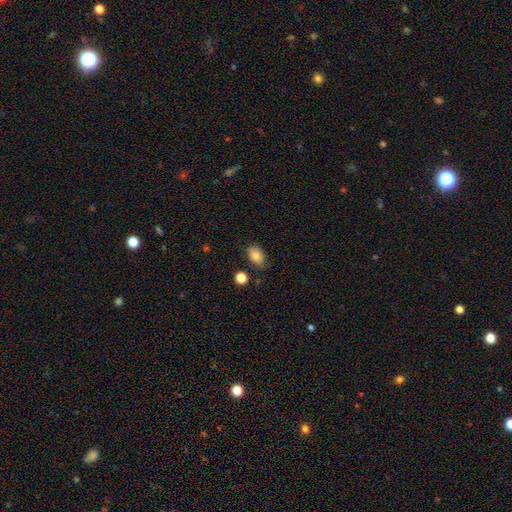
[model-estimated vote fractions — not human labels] Morphology: type=smooth (82%); roundness=in between (84%); merging=none (74%).